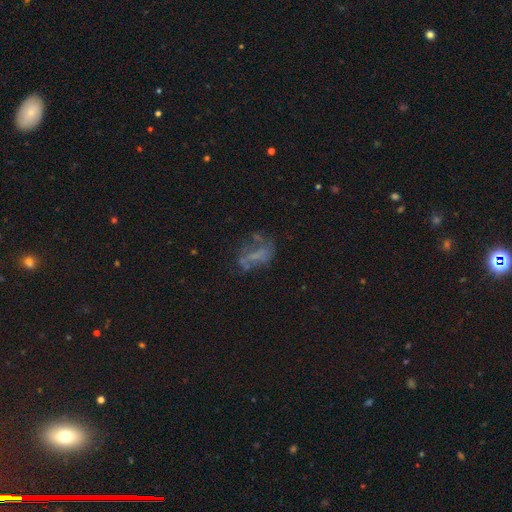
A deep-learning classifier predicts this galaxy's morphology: featured or disk 49%, smooth 29%, star or artifact 21%. Down the decision tree: merging — none (43%).